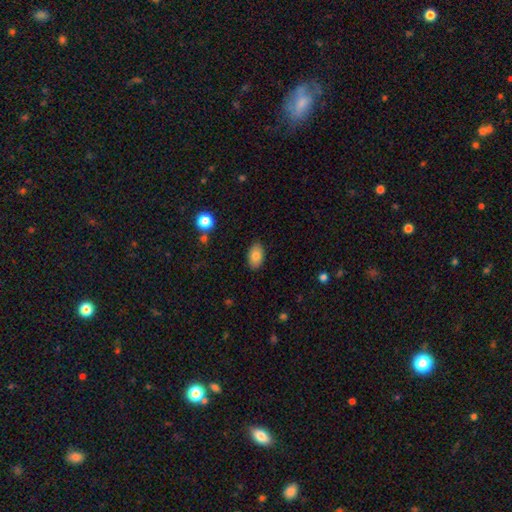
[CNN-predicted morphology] A smooth galaxy with no disk features (84%) that is in between round and cigar-shaped (92%).

Vote fractions:
- Smooth or featured? smooth: 84% / featured or disk: 9% / star or artifact: 8%
- How rounded? in between: 92% / round: 6% / cigar-shaped: 2%
- Merging? none: 86% / minor disturbance: 10% / major disturbance: 2% / merger: 1%